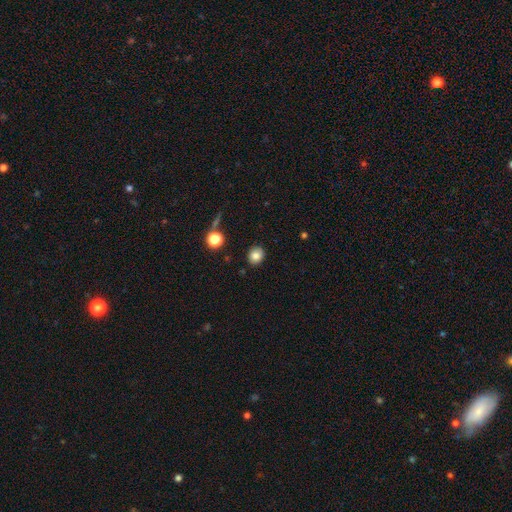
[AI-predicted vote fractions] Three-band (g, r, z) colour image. It shows a smooth galaxy with no disk features (82%) that is round (71%). Merging: none (88%).